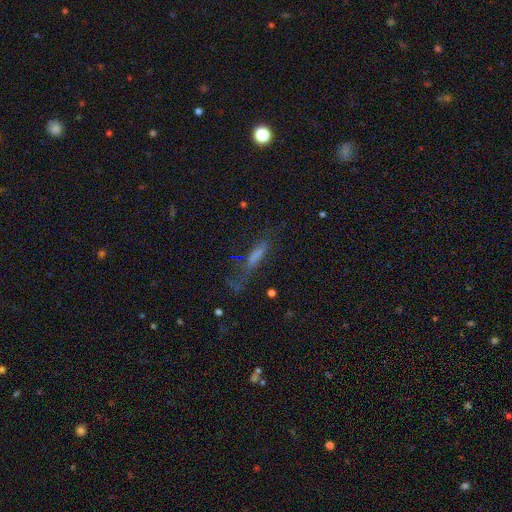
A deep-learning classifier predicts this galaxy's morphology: smooth_or_featured: smooth (p=0.56) [alt: featured or disk p=0.30]
how_rounded: cigar-shaped (p=0.79) [alt: in between p=0.18]
merging: none (p=0.47) [alt: major disturbance p=0.25]